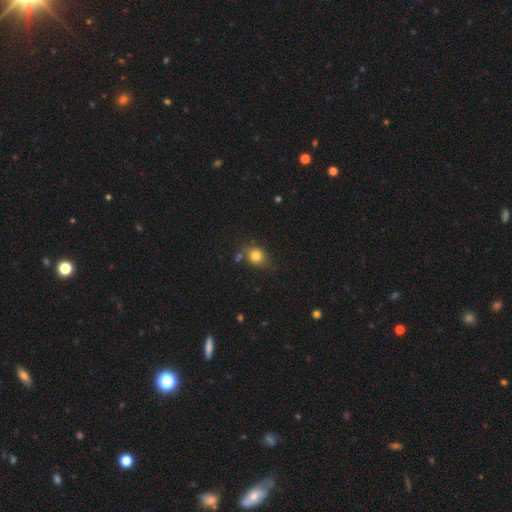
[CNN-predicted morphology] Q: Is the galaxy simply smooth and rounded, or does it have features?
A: smooth — 79%.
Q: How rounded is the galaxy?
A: round — 56%.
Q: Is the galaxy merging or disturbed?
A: none — 69%.